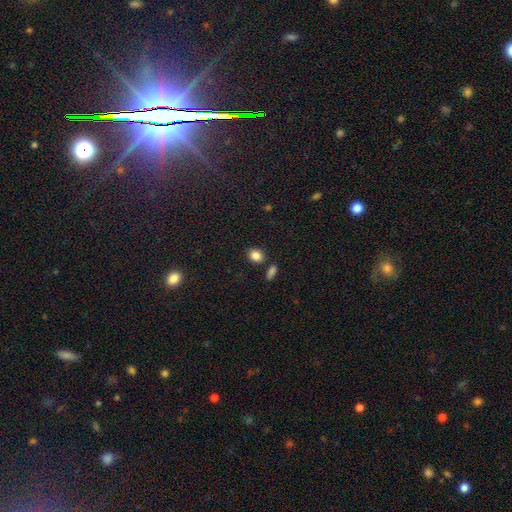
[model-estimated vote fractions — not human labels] Overall: smooth (85%). How rounded: in between (54%; round 45%). Merging: none (79%).